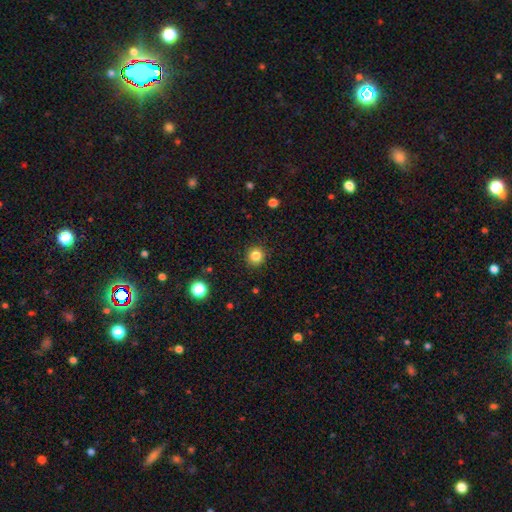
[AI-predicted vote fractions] smooth-or-featured: smooth: 84% | star or artifact: 11% | featured or disk: 5%
  how-rounded: round: 93% | in between: 6% | cigar-shaped: 1%
  merging: none: 91% | minor disturbance: 6% | major disturbance: 2% | merger: 1%